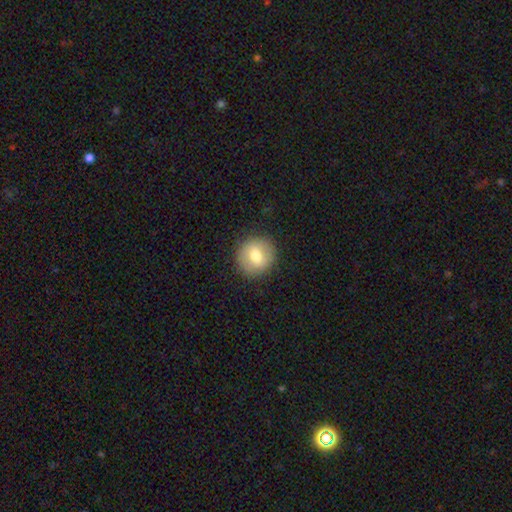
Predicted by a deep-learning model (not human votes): Smooth or featured?
  - smooth: 67% *
  - featured or disk: 24%
  - star or artifact: 8%
How rounded?
  - round: 89% *
  - in between: 10%
  - cigar-shaped: 1%
Merging?
  - none: 89% *
  - minor disturbance: 8%
  - major disturbance: 3%
  - merger: 1%